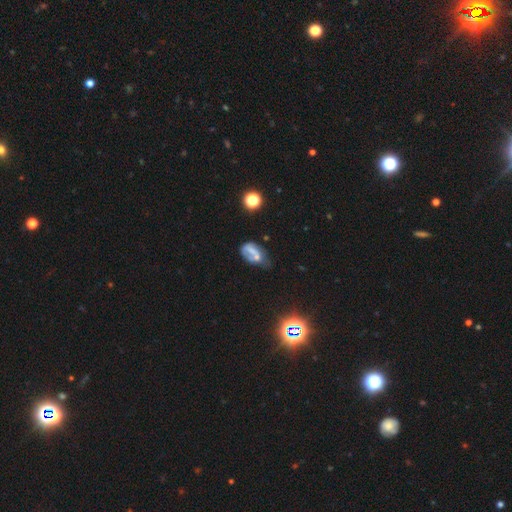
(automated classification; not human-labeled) Smooth or featured?
  - smooth: 42% * (tied)
  - featured or disk: 42% * (tied)
  - star or artifact: 16%
Merging?
  - none: 32% *
  - minor disturbance: 29%
  - major disturbance: 25%
  - merger: 14%